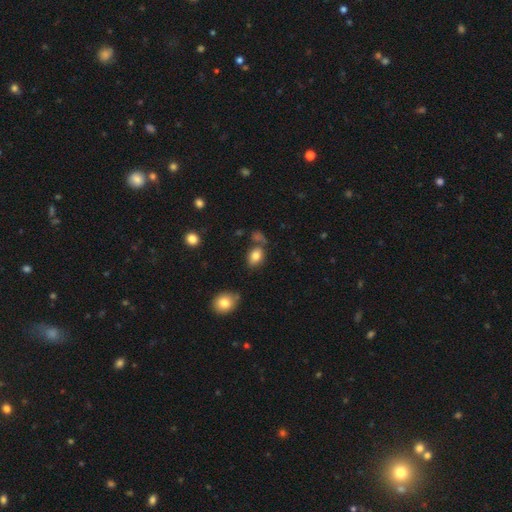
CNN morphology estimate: smooth-or-featured: smooth: 82% | star or artifact: 10% | featured or disk: 9%
  how-rounded: in between: 80% | round: 18% | cigar-shaped: 1%
  merging: none: 66% | minor disturbance: 16% | merger: 13% | major disturbance: 5%